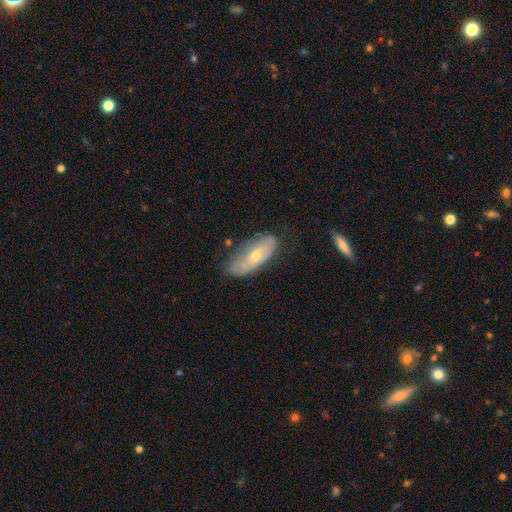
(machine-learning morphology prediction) smooth_or_featured: featured or disk (p=0.49) [alt: smooth p=0.44]
merging: none (p=0.62) [alt: minor disturbance p=0.27]